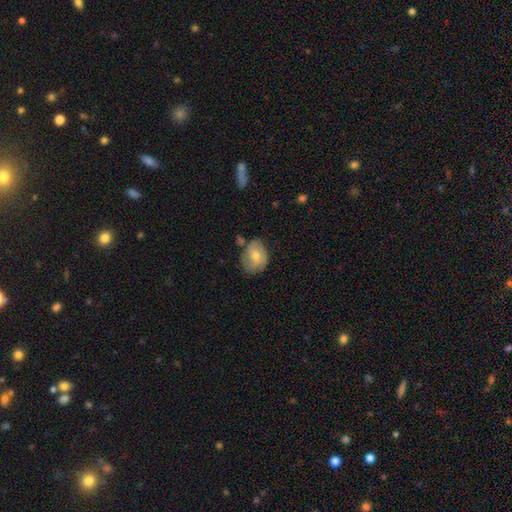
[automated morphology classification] Smooth or featured? smooth (54%)
How rounded? in between (54%)
Merging? none (58%)